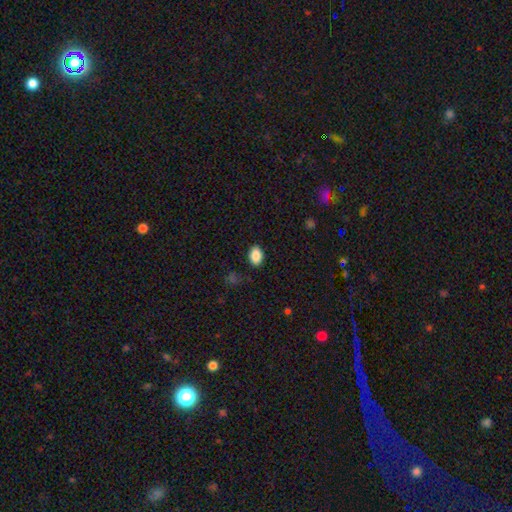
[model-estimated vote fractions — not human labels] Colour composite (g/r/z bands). It shows a smooth galaxy with no disk features (87%) that is in between round and cigar-shaped (85%). Merging: none (86%).